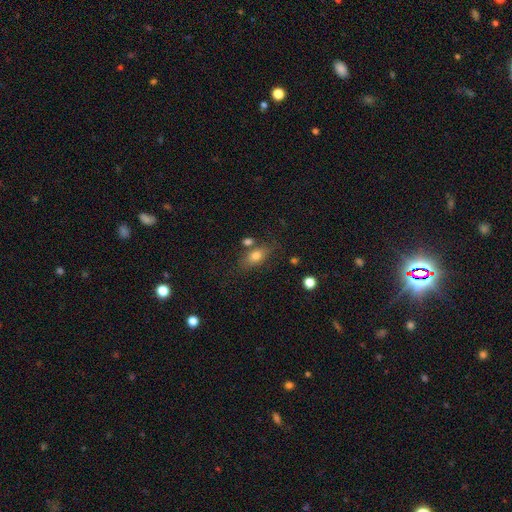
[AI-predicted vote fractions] This is likely a smooth galaxy (76%). How rounded: clearly in between (81%). Merging: likely none (67%).